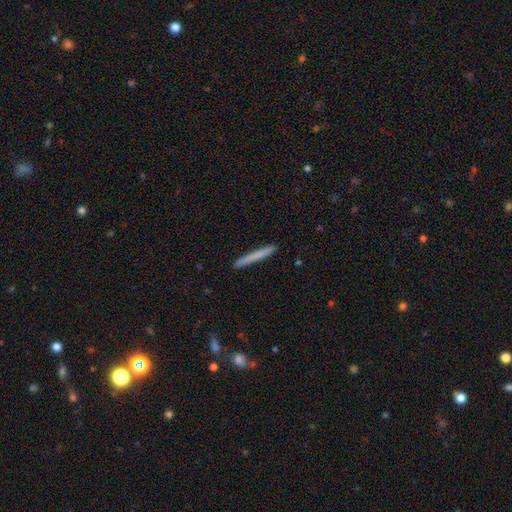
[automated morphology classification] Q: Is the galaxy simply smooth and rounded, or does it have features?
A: smooth — 69%.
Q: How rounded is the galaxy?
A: cigar-shaped — 97%.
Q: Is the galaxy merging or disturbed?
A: none — 92%.